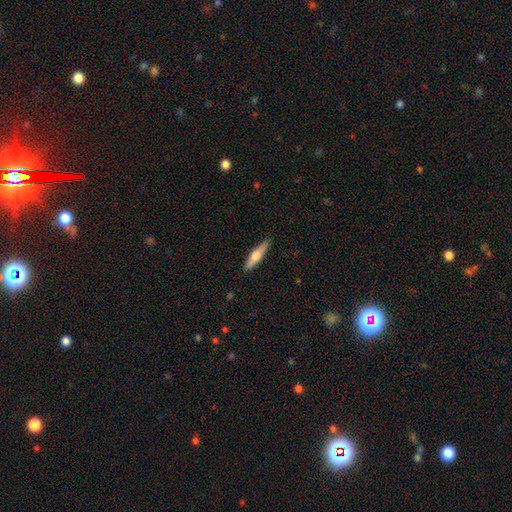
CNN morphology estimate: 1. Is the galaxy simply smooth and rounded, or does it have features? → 58% smooth, 37% featured or disk, 6% star or artifact.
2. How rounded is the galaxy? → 76% cigar-shaped, 23% in between, 2% round.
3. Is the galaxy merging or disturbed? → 89% none, 9% minor disturbance, 2% major disturbance, 1% merger.